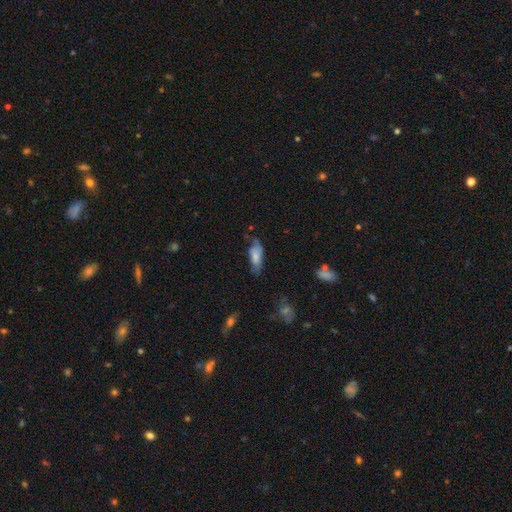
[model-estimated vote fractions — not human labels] Q: Smooth or featured?
A: smooth (70%); runner-up: featured or disk (22%)
Q: How rounded?
A: in between (74%); runner-up: cigar-shaped (24%)
Q: Merging?
A: none (51%); runner-up: minor disturbance (33%)